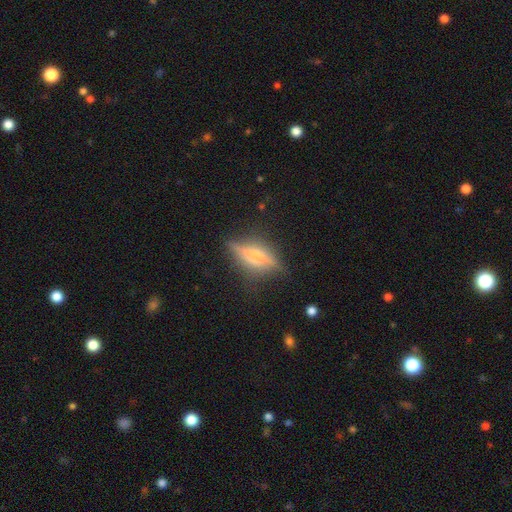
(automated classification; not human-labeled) smooth_or_featured: featured or disk (p=0.70) [alt: smooth p=0.22]
disk_edge_on: yes (p=0.90) [alt: no p=0.10]
edge_on_bulge: rounded (p=0.83) [alt: boxy p=0.12]
merging: none (p=0.76) [alt: minor disturbance p=0.16]